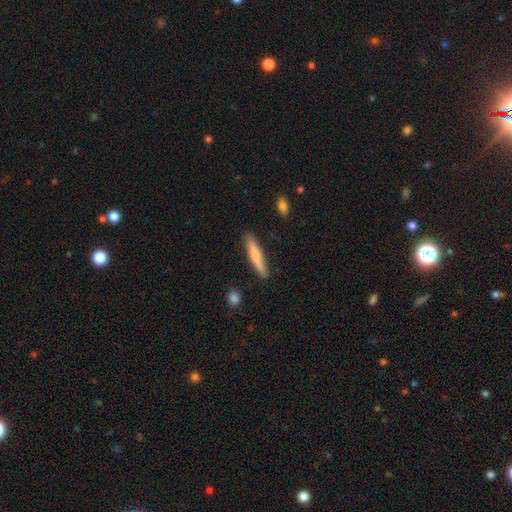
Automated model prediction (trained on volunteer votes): smooth 72%, featured or disk 22%, star or artifact 6%. Down the decision tree: how rounded — cigar-shaped (89%); merging — none (86%).